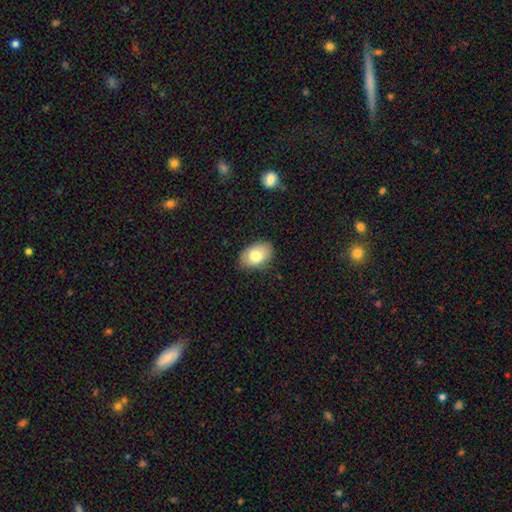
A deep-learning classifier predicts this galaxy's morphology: Smooth or featured?
  - smooth: 77% *
  - featured or disk: 15%
  - star or artifact: 7%
How rounded?
  - in between: 87% *
  - round: 12%
  - cigar-shaped: 1%
Merging?
  - none: 82% *
  - minor disturbance: 14%
  - major disturbance: 3%
  - merger: 1%